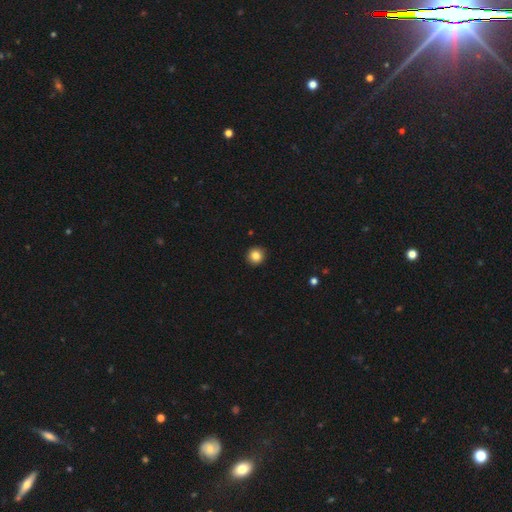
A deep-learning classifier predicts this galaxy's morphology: Smooth or featured? Predicted: smooth (p=0.85). How rounded? Predicted: round (p=0.94). Merging? Predicted: none (p=0.93).